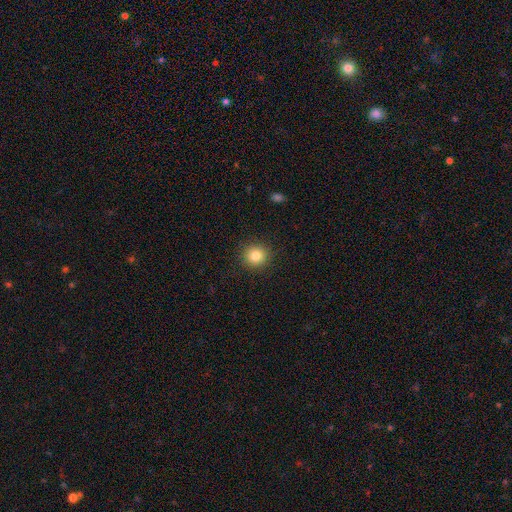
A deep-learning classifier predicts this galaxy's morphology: This appears to be a smooth galaxy with no disk features (83%) that is round (92%). Merging: none (91%).